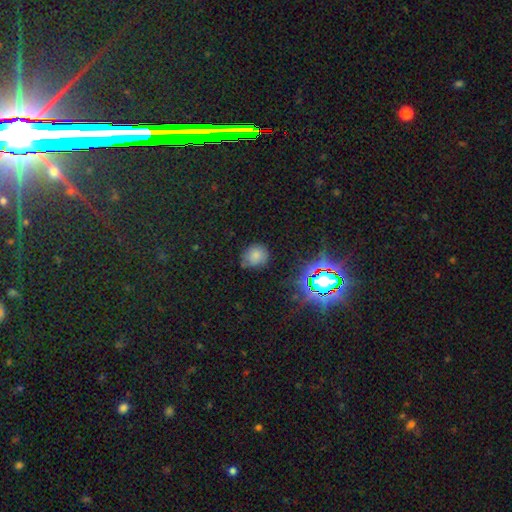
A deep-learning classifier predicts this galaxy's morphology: type=smooth (74%); roundness=round (74%); merging=none (66%).